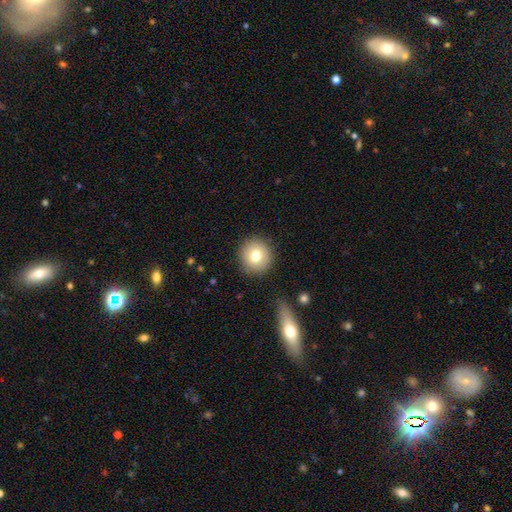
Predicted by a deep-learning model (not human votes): A smooth galaxy with no disk features (76%) that is round (93%). Merging: none (88%).